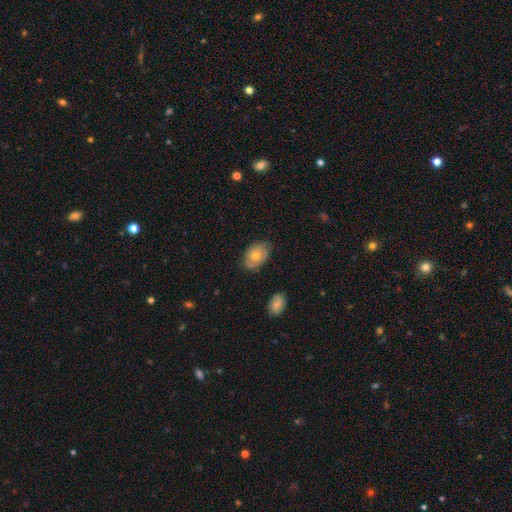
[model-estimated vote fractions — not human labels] The model was most divided on "smooth or featured": smooth: 55%, featured or disk: 38%, star or artifact: 7%. More confident: how rounded — in between (81%); merging — none (69%).